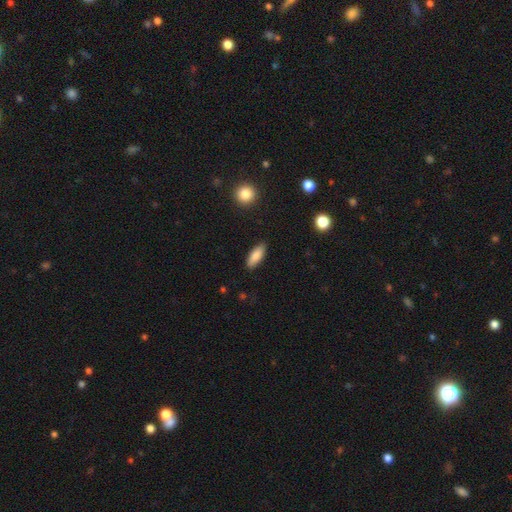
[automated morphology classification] Smooth or featured? smooth (84%)
How rounded? in between (73%)
Merging? none (86%)